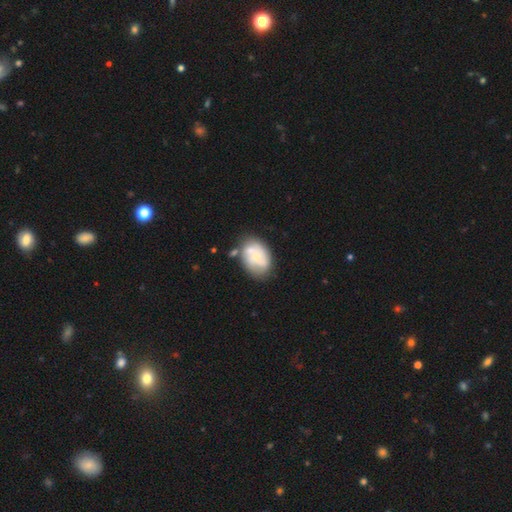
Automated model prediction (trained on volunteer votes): Smooth or featured: featured or disk — 48% (smooth — 45%)
Merging: none — 51% (minor disturbance — 23%)